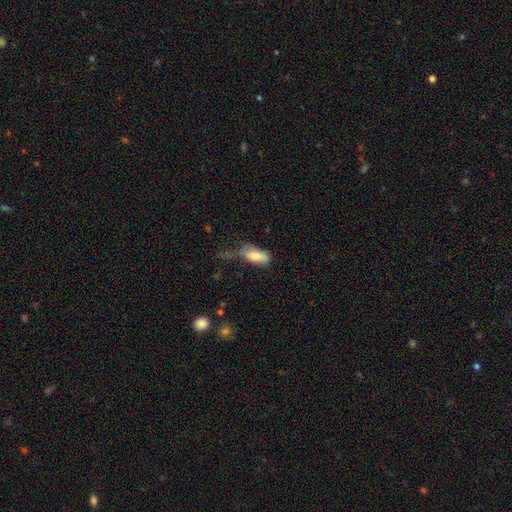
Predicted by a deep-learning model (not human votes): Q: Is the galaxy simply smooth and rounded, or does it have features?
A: smooth — 82%.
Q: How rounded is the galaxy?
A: in between — 84%.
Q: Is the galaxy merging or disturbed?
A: minor disturbance — 36%.